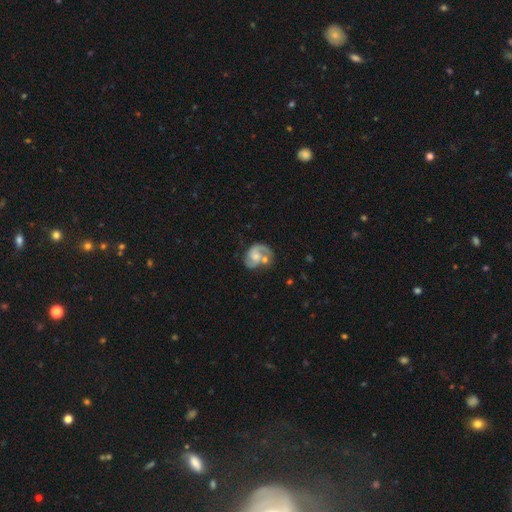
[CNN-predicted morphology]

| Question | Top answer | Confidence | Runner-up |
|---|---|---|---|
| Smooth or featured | featured or disk | 76% | smooth (18%) |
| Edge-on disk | no | 98% | yes (2%) |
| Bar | no | 63% | weak (31%) |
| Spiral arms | yes | 91% | no (9%) |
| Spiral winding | medium | 51% | loose (26%) |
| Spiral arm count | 2 | 73% | 1 (17%) |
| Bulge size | moderate | 45% | small (37%) |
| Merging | none | 42% | merger (25%) |